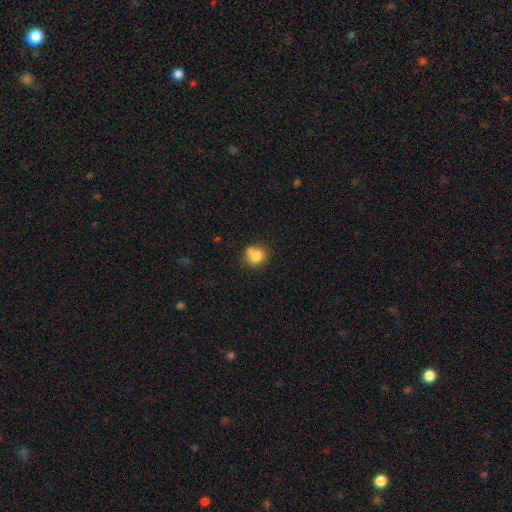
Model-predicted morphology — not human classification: Smooth or featured? smooth (78%)
How rounded? round (70%)
Merging? none (50%)